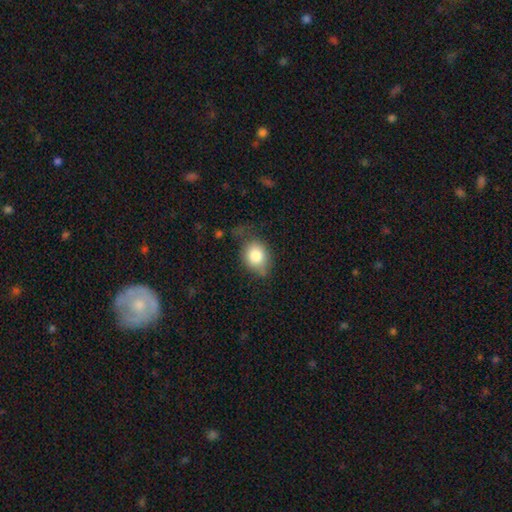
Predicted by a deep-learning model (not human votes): Smooth or featured? Predicted: smooth (p=0.81). How rounded? Predicted: round (p=0.52). Merging? Predicted: none (p=0.55).